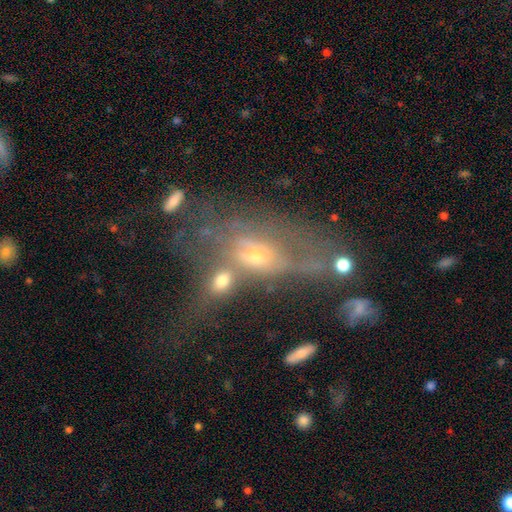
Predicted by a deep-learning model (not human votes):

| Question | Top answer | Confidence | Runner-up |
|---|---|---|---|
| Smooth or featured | featured or disk | 47% | smooth (36%) |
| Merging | merger | 44% | major disturbance (24%) |